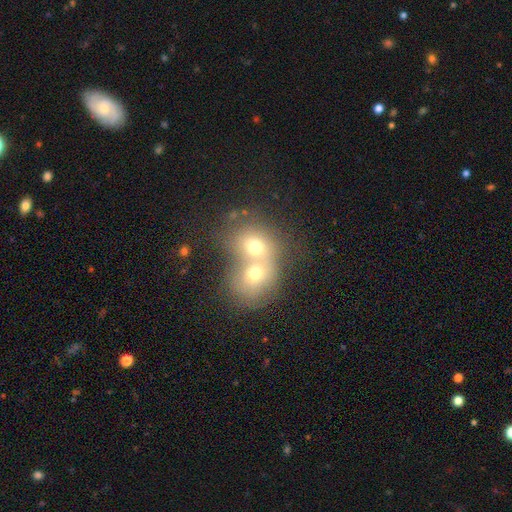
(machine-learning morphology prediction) Smooth or featured? Predicted: smooth (p=0.58). How rounded? Predicted: round (p=0.68). Merging? Predicted: merger (p=0.78).